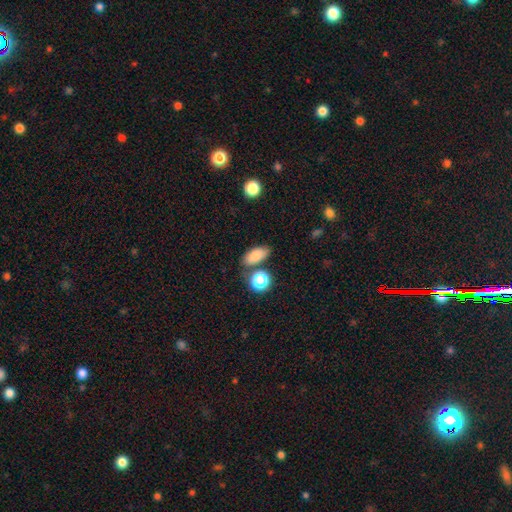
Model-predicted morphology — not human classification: type=smooth (83%); roundness=in between (84%); merging=none (72%).